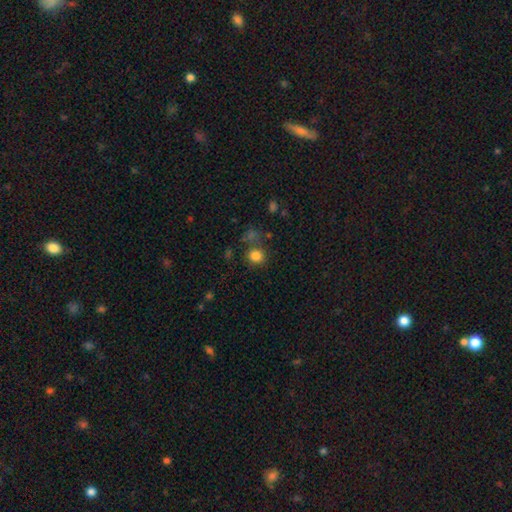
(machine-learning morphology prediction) smooth-or-featured: smooth: 82% | star or artifact: 13% | featured or disk: 5%
  how-rounded: round: 85% | in between: 14% | cigar-shaped: 1%
  merging: none: 74% | minor disturbance: 11% | merger: 10% | major disturbance: 5%